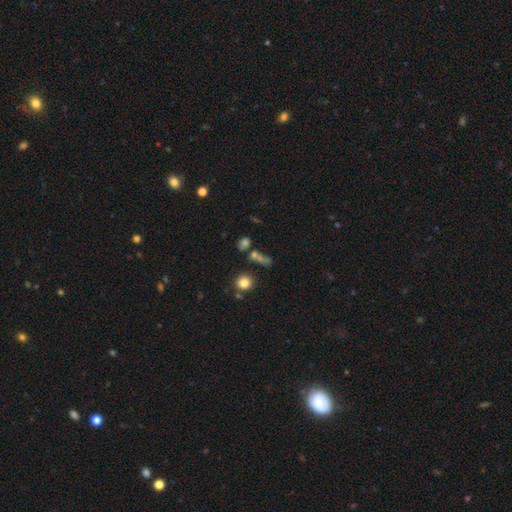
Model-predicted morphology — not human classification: The model was most divided on "smooth or featured": smooth: 52%, star or artifact: 32%, featured or disk: 15%. More confident: how rounded — round (65%); merging — none (64%).